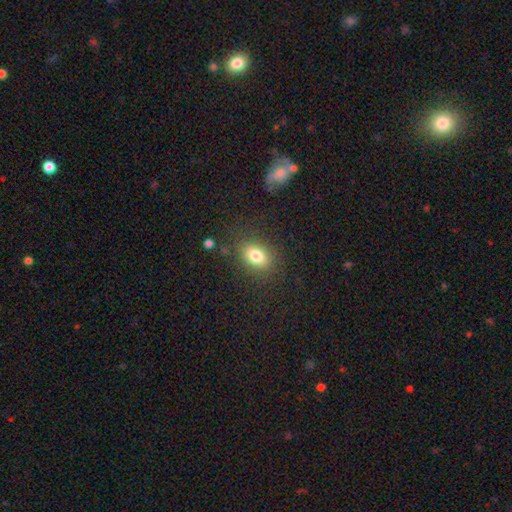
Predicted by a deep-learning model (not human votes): The model was most divided on "how rounded": in between: 71%, round: 27%, cigar-shaped: 2%. More confident: merging — none (81%); smooth or featured — smooth (80%).